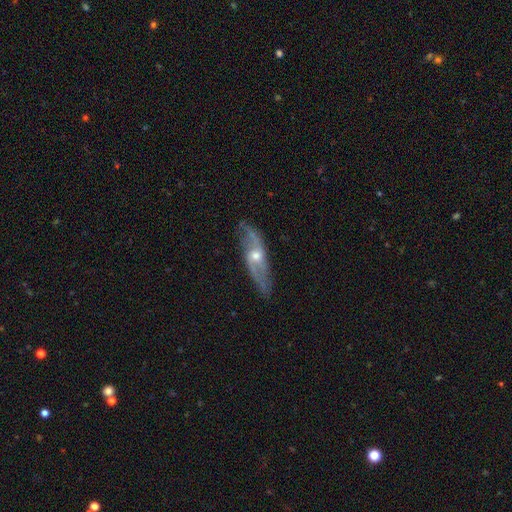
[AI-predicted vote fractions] Overall: featured or disk (78%). Edge-on disk: no (67%; yes 33%). Bar: no (57%; weak 34%). Spiral arms: yes (87%). Bulge size: moderate (61%; small 34%). Merging: none (78%).